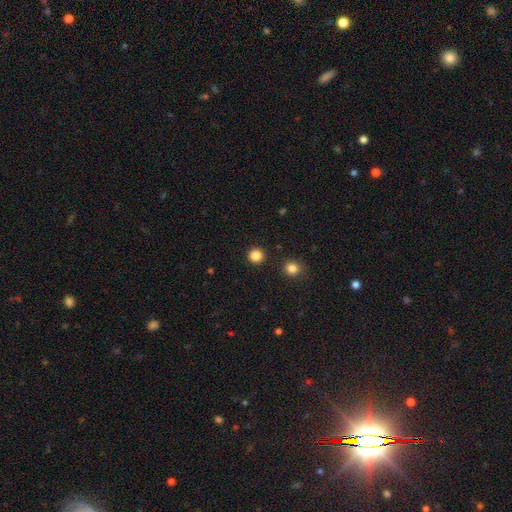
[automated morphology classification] smooth 85%, star or artifact 12%, featured or disk 3%. Down the decision tree: how rounded — round (94%); merging — none (92%).